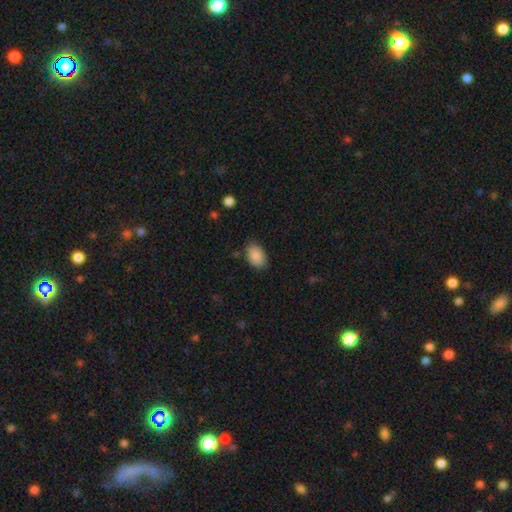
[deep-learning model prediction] A smooth galaxy with no disk features (87%) that is in between round and cigar-shaped (87%). Merging: none (78%).